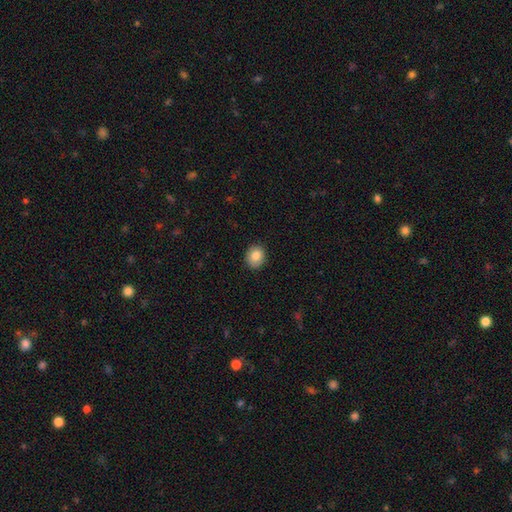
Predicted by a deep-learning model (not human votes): smooth 83%, star or artifact 9%, featured or disk 8%. Down the decision tree: how rounded — round (69%); merging — none (90%).